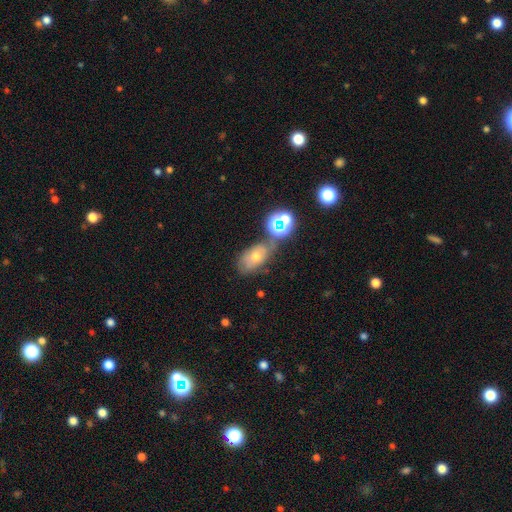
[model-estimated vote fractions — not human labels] smooth_or_featured: smooth (p=0.44) [alt: featured or disk p=0.30]
merging: none (p=0.52) [alt: minor disturbance p=0.20]